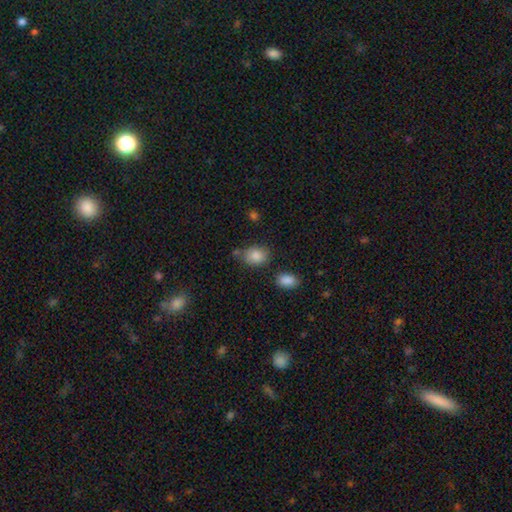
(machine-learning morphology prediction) smooth_or_featured: smooth (p=0.86) [alt: star or artifact p=0.08]
how_rounded: in between (p=0.62) [alt: round p=0.37]
merging: none (p=0.66) [alt: minor disturbance p=0.19]